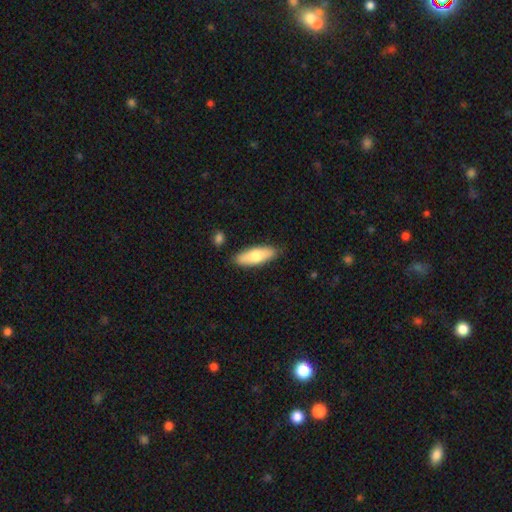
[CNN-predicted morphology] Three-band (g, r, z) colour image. It shows a smooth galaxy with no disk features (73%) that is in between round and cigar-shaped (62%). Merging: none (85%).